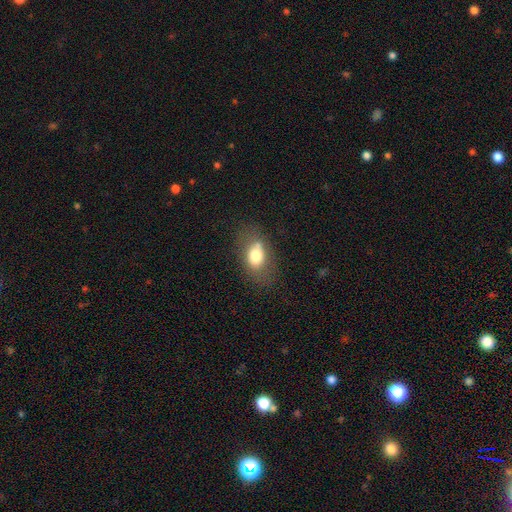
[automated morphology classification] This appears to be a smooth galaxy with no disk features (72%) that is in between round and cigar-shaped (82%). Merging: none (59%).